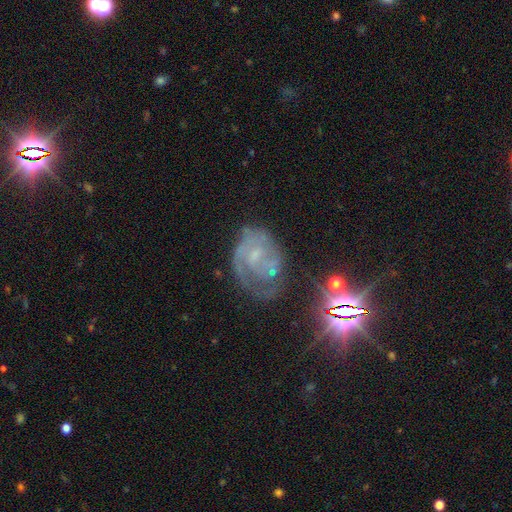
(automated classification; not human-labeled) A featured or disk galaxy (70%) with no bar (59%), tight (52%) spiral arms (82%) and a small central bulge (55%).

Vote fractions:
- Smooth or featured? featured or disk: 70% / smooth: 16% / star or artifact: 15%
- Edge-on disk? no: 97% / yes: 3%
- Bar? no: 59% / weak: 33% / strong: 7%
- Spiral arms? yes: 82% / no: 18%
- Spiral winding? tight: 52% / medium: 34% / loose: 14%
- Spiral arm count? can't tell: 34% / 2: 33% / 1: 17% / 3: 10% / 4: 3% / more than 4: 3%
- Bulge size? small: 55% / none: 28% / moderate: 15% / large: 1% / dominant: 1%
- Merging? none: 47% / minor disturbance: 26% / major disturbance: 21% / merger: 5%